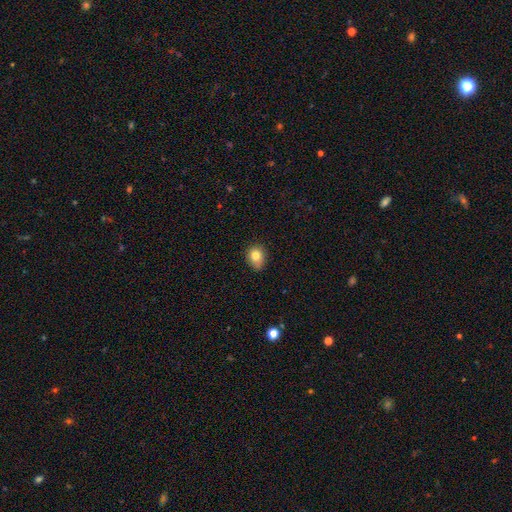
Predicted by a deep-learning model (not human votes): This appears to be a smooth galaxy with no disk features (81%) that is round (58%). Merging: none (69%).